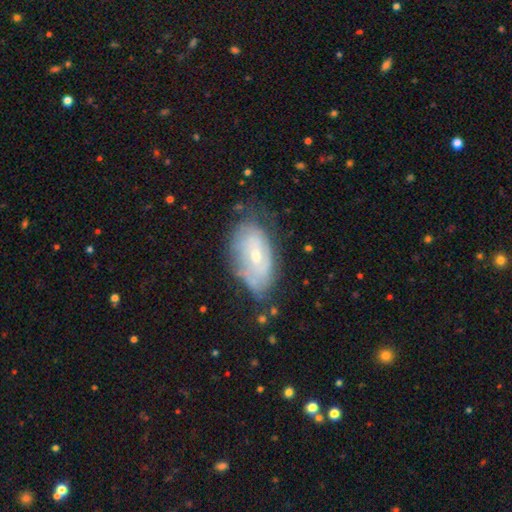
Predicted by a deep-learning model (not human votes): Morphology: type=featured or disk (64%); edge-on=no (92%); bar=no (59%); spiral arms=yes (68%); bulge=moderate (50%); merging=none (56%).